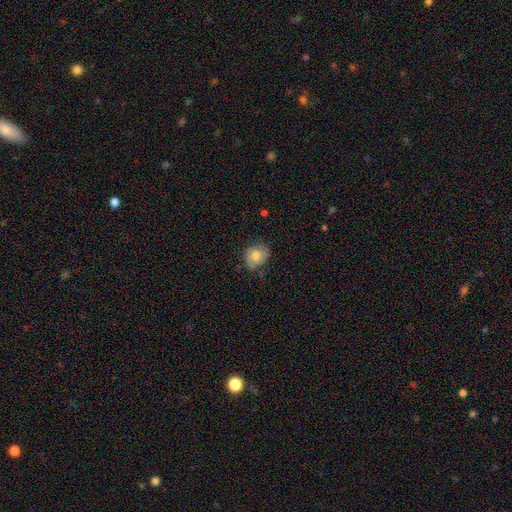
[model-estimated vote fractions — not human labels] smooth_or_featured: smooth (p=0.73) [alt: featured or disk p=0.18]
how_rounded: round (p=0.61) [alt: in between p=0.38]
merging: none (p=0.64) [alt: minor disturbance p=0.27]